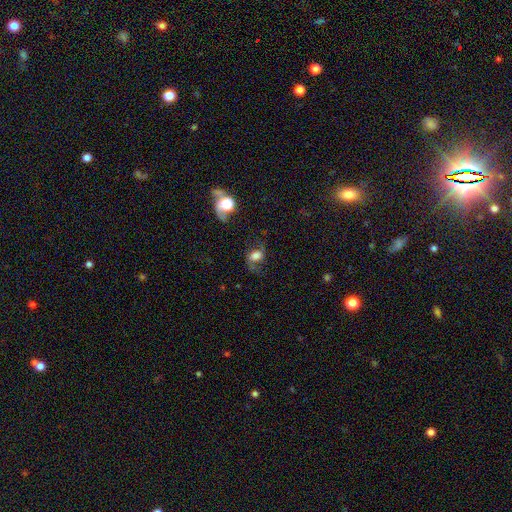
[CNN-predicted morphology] Overall: smooth (46%; featured or disk 41%). Merging: none (50%; major disturbance 25%).